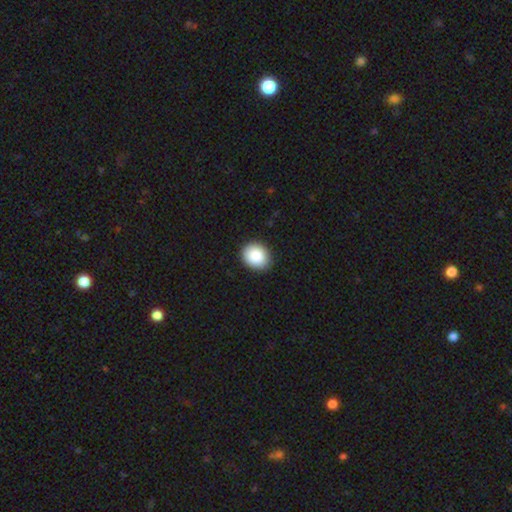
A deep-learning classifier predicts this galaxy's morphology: This is clearly a smooth galaxy (88%). How rounded: likely round (63%). Merging: clearly none (88%).